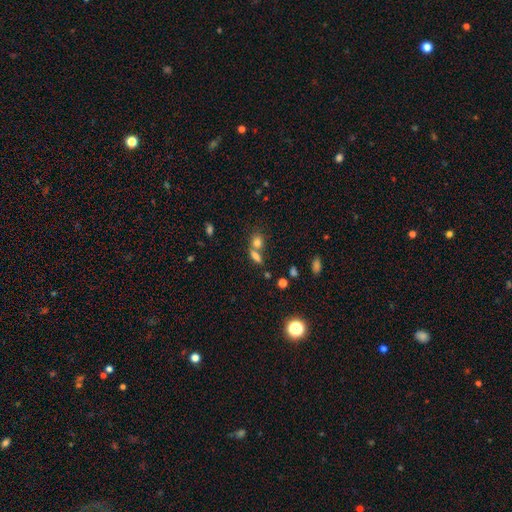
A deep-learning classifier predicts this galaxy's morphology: Q: Smooth or featured?
A: smooth (73%); runner-up: star or artifact (14%)
Q: How rounded?
A: in between (64%); runner-up: round (22%)
Q: Merging?
A: merger (48%); runner-up: none (39%)